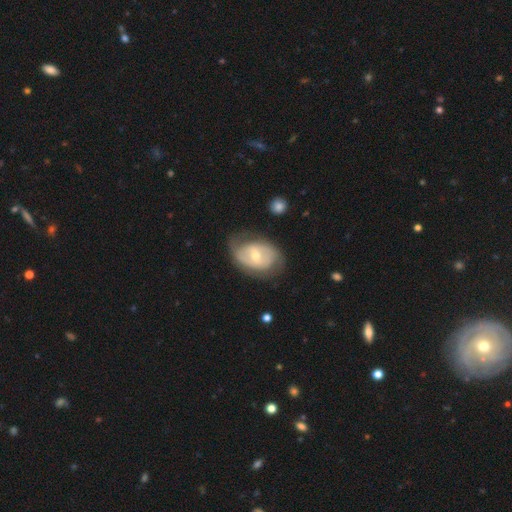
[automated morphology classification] Q: Smooth or featured?
A: featured or disk (66%); runner-up: smooth (28%)
Q: Edge-on disk?
A: no (95%); runner-up: yes (5%)
Q: Bar?
A: no (50%); runner-up: weak (37%)
Q: Spiral arms?
A: yes (71%); runner-up: no (29%)
Q: Bulge size?
A: moderate (53%); runner-up: small (43%)
Q: Merging?
A: none (59%); runner-up: minor disturbance (25%)